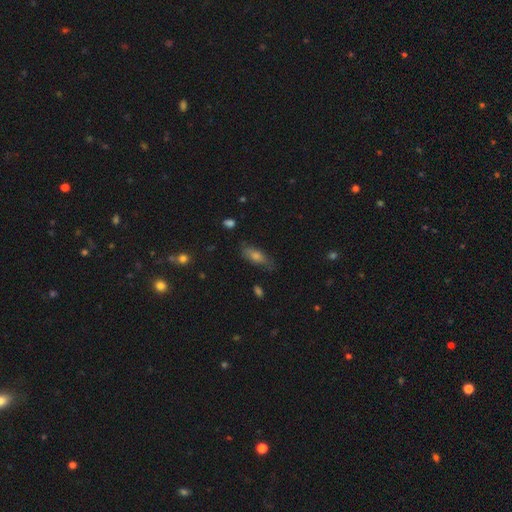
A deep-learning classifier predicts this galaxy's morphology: Q: Smooth or featured?
A: smooth (55%); runner-up: featured or disk (29%)
Q: How rounded?
A: in between (68%); runner-up: cigar-shaped (27%)
Q: Merging?
A: none (74%); runner-up: minor disturbance (19%)